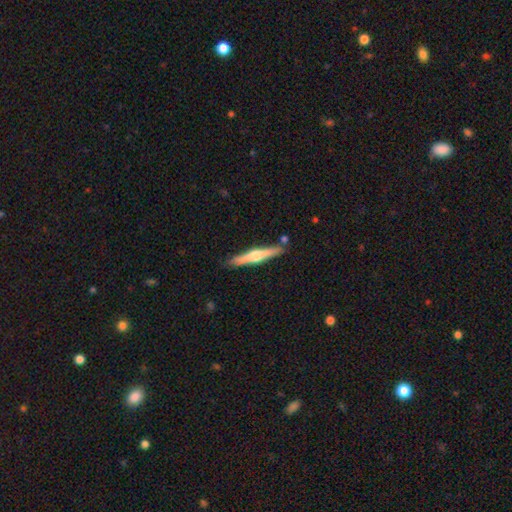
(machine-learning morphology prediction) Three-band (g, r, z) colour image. It shows a featured or disk galaxy (62%) viewed edge-on (97%) with a rounded central bulge (90%). Merging: none (84%).